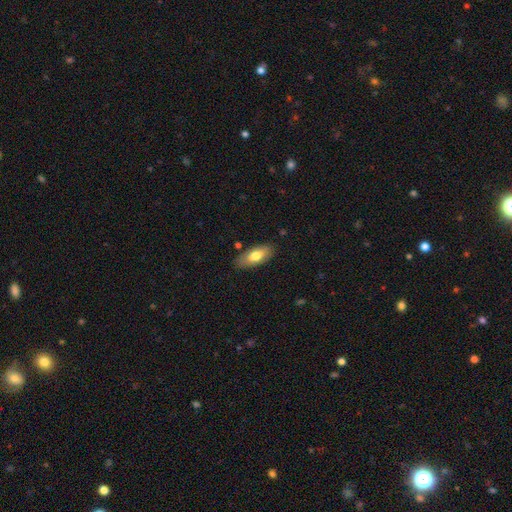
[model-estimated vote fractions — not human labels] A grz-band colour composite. It shows a smooth galaxy with no disk features (71%) that is in between round and cigar-shaped (84%). Merging: none (83%).